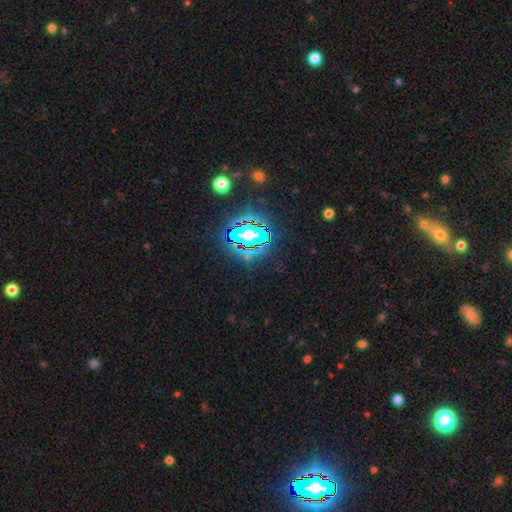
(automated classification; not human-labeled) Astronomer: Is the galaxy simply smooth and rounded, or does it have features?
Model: star or artifact — 81%.